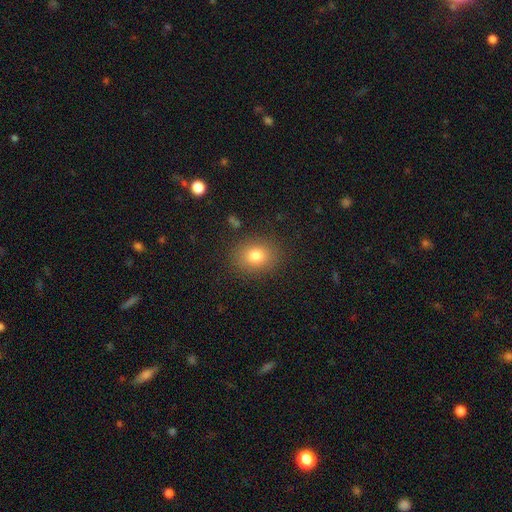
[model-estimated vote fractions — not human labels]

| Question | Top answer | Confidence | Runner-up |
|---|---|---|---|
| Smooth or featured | smooth | 80% | star or artifact (11%) |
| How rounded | round | 51% | in between (47%) |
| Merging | none | 86% | minor disturbance (9%) |